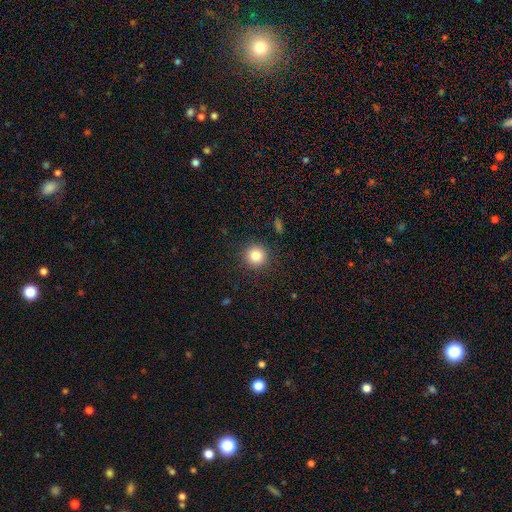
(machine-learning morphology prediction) This is clearly a smooth galaxy (83%). How rounded: clearly round (95%). Merging: clearly none (90%).